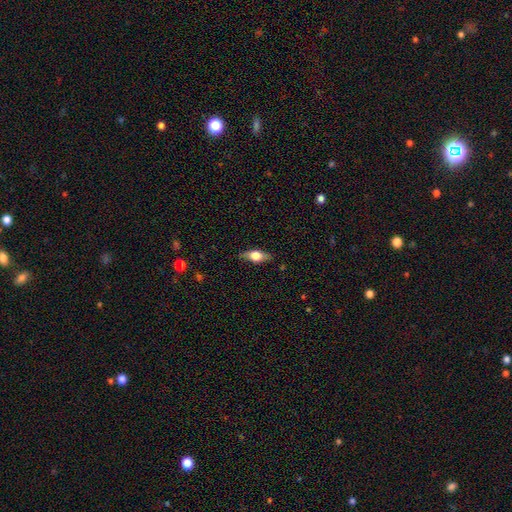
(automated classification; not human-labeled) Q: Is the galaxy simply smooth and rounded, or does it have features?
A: smooth — 52%.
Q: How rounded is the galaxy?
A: in between — 70%.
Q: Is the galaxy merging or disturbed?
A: none — 83%.